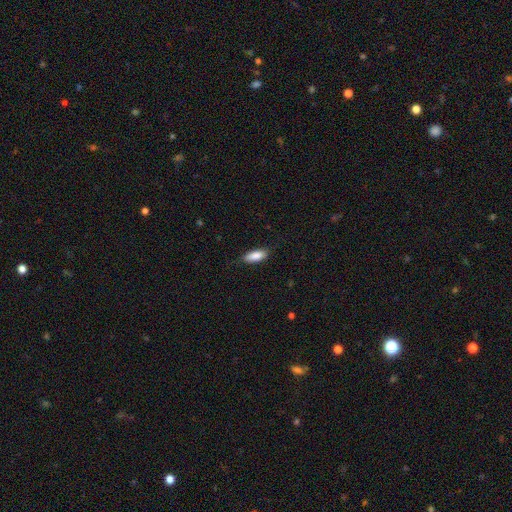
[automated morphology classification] Smooth or featured?
  - smooth: 85% *
  - featured or disk: 8%
  - star or artifact: 6%
How rounded?
  - in between: 74% *
  - cigar-shaped: 24%
  - round: 2%
Merging?
  - none: 80% *
  - minor disturbance: 16%
  - major disturbance: 3%
  - merger: 1%